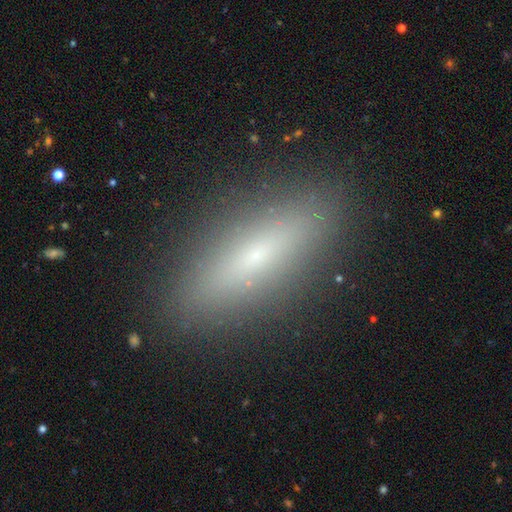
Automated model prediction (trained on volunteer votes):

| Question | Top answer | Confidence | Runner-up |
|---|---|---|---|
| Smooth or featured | smooth | 54% | featured or disk (36%) |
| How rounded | cigar-shaped | 61% | in between (36%) |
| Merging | none | 88% | minor disturbance (9%) |